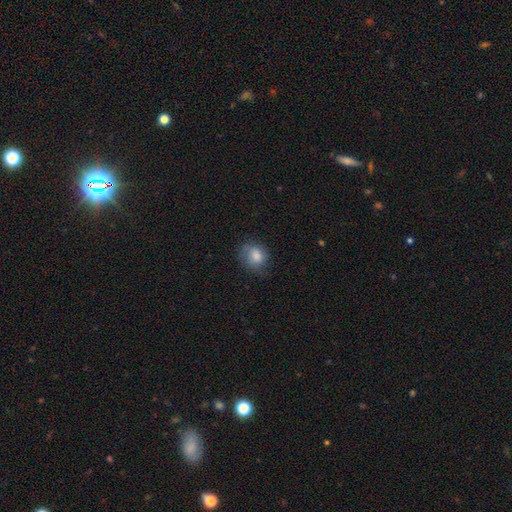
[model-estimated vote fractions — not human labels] A smooth galaxy with no disk features (79%) that is round (57%).

Vote fractions:
- Smooth or featured? smooth: 79% / featured or disk: 13% / star or artifact: 8%
- How rounded? round: 57% / in between: 42% / cigar-shaped: 1%
- Merging? none: 60% / minor disturbance: 27% / major disturbance: 11% / merger: 1%